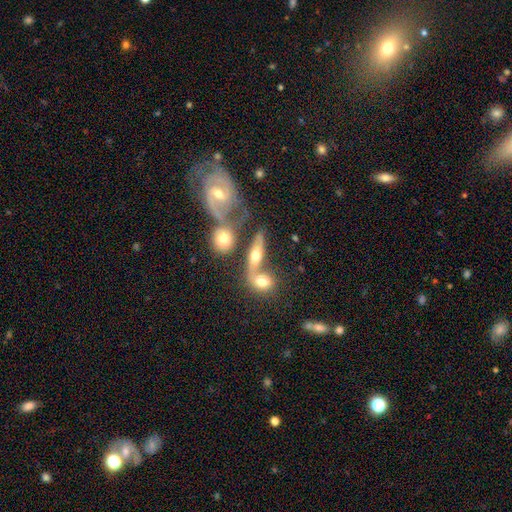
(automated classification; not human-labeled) This appears to be a smooth galaxy with no disk features (50%). Merging: merger (51%).